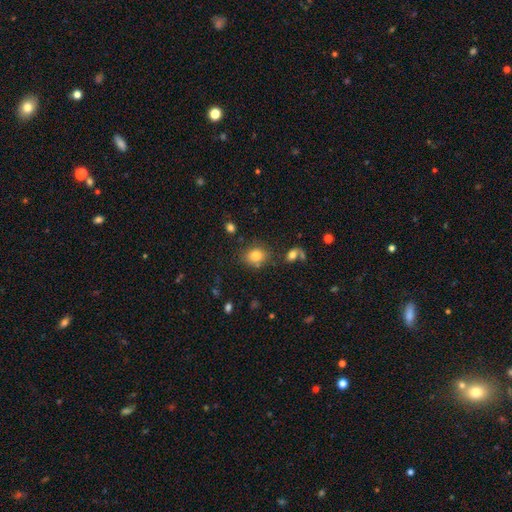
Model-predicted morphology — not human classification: Smooth or featured? Predicted: smooth (p=0.79). How rounded? Predicted: round (p=0.56). Merging? Predicted: none (p=0.77).